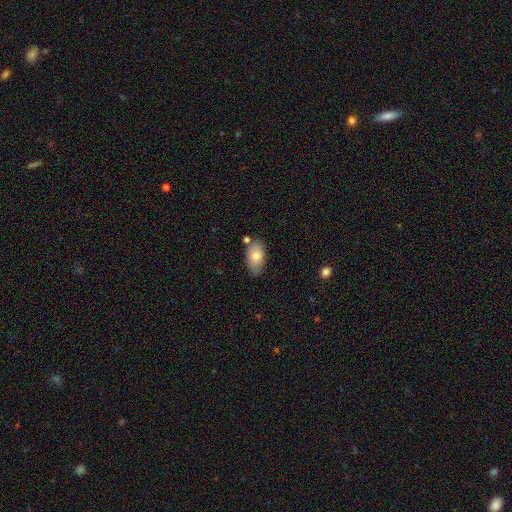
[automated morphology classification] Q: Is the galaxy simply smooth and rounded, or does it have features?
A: smooth — 77%.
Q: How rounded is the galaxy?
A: in between — 92%.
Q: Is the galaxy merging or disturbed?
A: none — 67%.